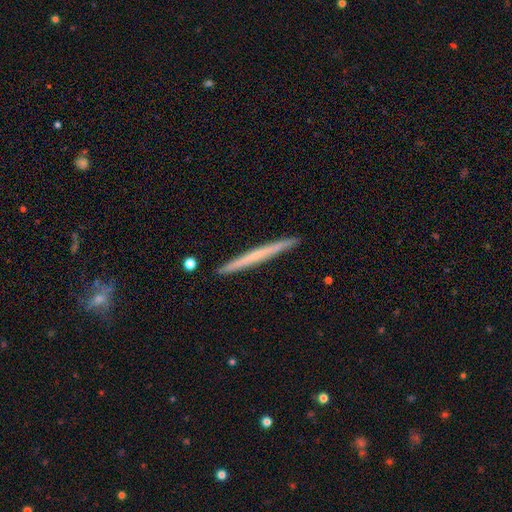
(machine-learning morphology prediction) This is possibly a smooth galaxy (47%, tied with featured or disk). Merging: clearly none (92%).